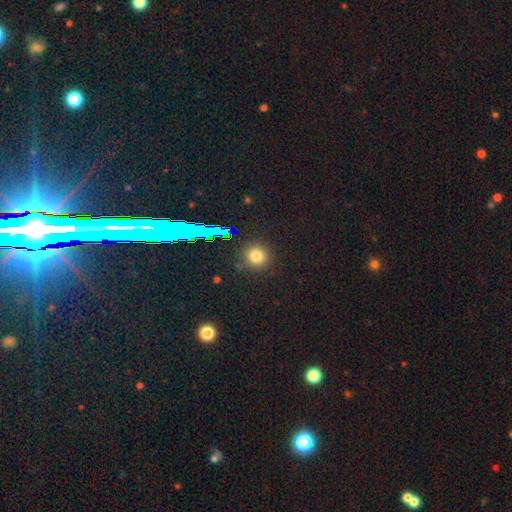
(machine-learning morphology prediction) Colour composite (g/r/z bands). It shows a smooth galaxy with no disk features (77%) that is round (90%). Merging: none (88%).